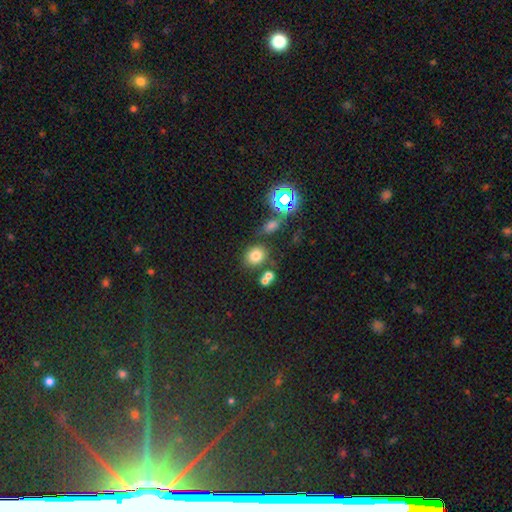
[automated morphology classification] Smooth or featured: smooth — 72% (star or artifact — 19%)
How rounded: round — 67% (in between — 32%)
Merging: none — 70% (merger — 14%)